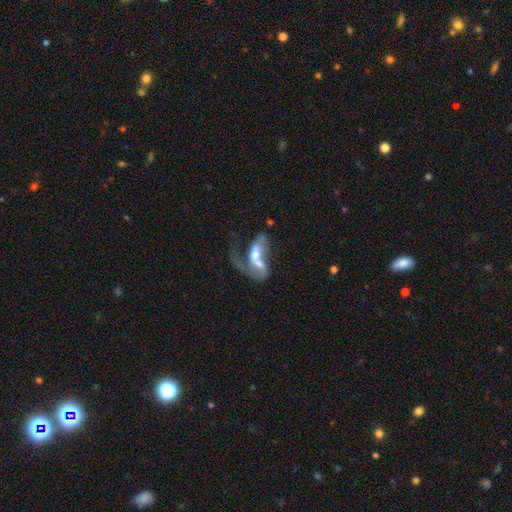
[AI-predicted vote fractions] The model was most divided on "spiral arms": yes: 57%, no: 43%. More confident: edge-on disk — no (91%); merging — merger (69%); bar — no (62%); smooth or featured — featured or disk (57%); bulge size — moderate (57%).